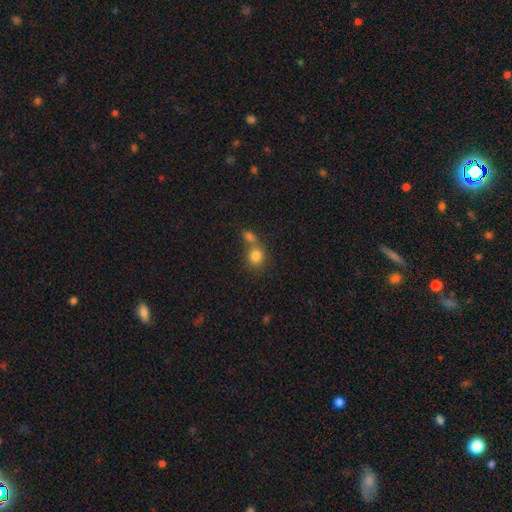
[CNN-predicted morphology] Smooth or featured? smooth (82%)
How rounded? round (78%)
Merging? none (45%)